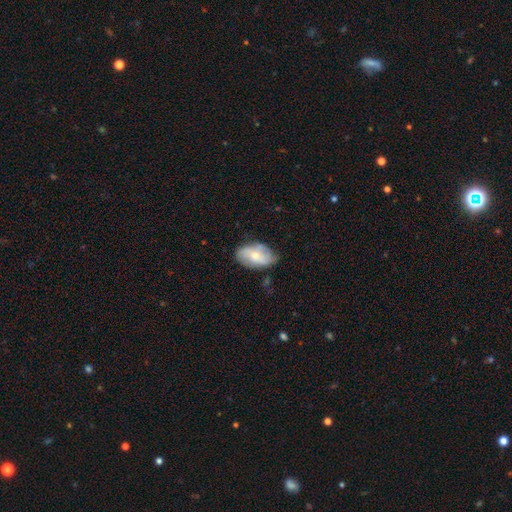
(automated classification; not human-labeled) Smooth or featured?
  - smooth: 51% *
  - featured or disk: 42%
  - star or artifact: 7%
How rounded?
  - in between: 91% *
  - round: 7%
  - cigar-shaped: 2%
Merging?
  - none: 67% *
  - minor disturbance: 26%
  - major disturbance: 6%
  - merger: 2%